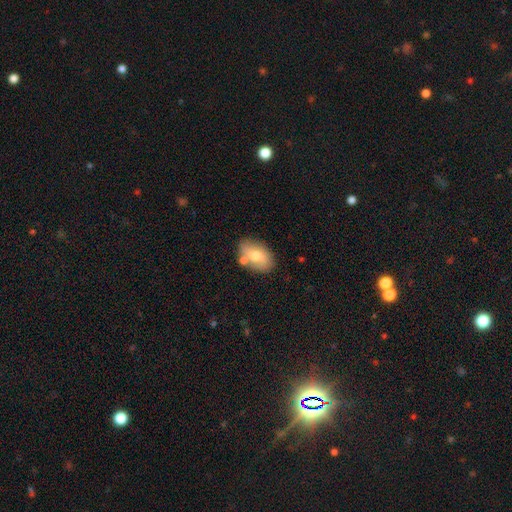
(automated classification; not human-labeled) smooth 66%, featured or disk 27%, star or artifact 7%. Down the decision tree: how rounded — in between (87%); merging — none (71%).